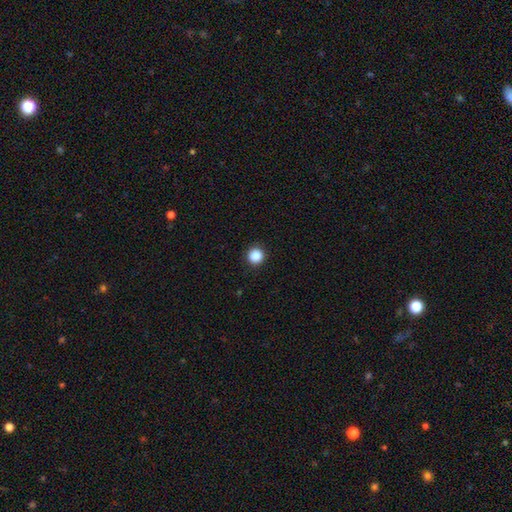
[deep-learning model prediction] A smooth galaxy with no disk features (87%) that is round (95%).

Vote fractions:
- Smooth or featured? smooth: 87% / star or artifact: 10% / featured or disk: 2%
- How rounded? round: 95% / in between: 4% / cigar-shaped: 1%
- Merging? none: 92% / minor disturbance: 5% / major disturbance: 2% / merger: 1%